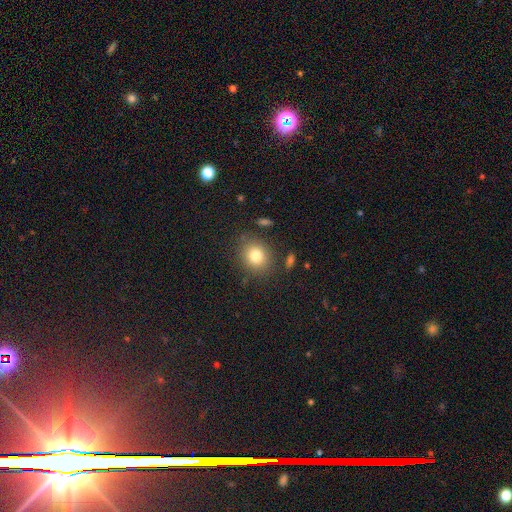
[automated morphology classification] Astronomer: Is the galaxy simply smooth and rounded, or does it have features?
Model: smooth — 80%.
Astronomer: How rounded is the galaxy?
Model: round — 68%.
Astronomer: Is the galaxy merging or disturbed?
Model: none — 83%.